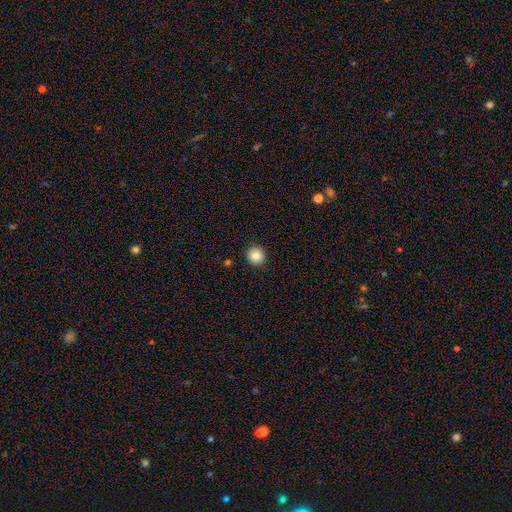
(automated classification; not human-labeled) This is clearly a smooth galaxy (84%). How rounded: clearly round (94%). Merging: clearly none (92%).